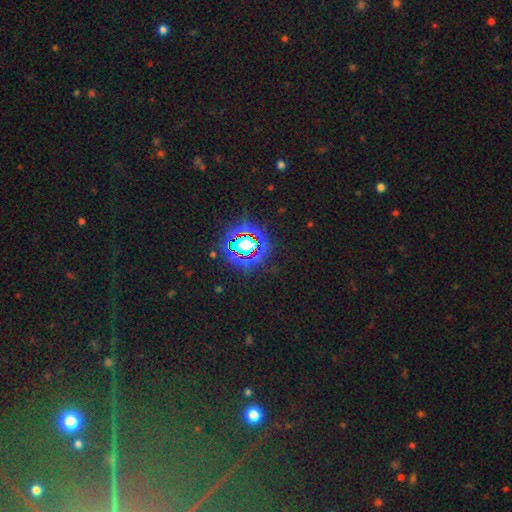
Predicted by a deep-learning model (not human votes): smooth_or_featured: star or artifact (p=0.78) [alt: smooth p=0.12]